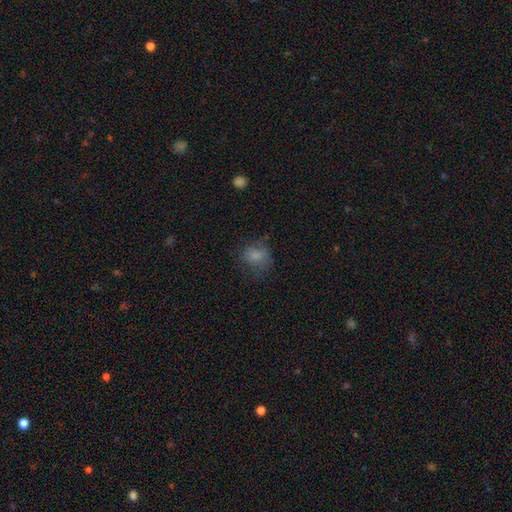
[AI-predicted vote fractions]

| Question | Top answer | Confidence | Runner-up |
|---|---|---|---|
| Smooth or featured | smooth | 75% | star or artifact (13%) |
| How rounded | round | 65% | in between (33%) |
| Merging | none | 55% | minor disturbance (24%) |